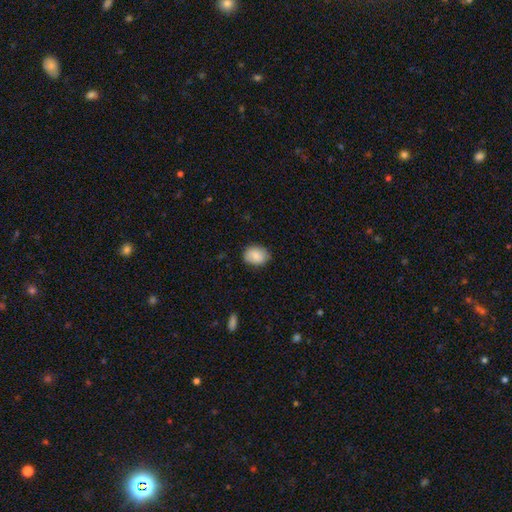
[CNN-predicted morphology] smooth_or_featured: smooth (p=0.82) [alt: featured or disk p=0.11]
how_rounded: in between (p=0.62) [alt: round p=0.37]
merging: none (p=0.79) [alt: minor disturbance p=0.17]